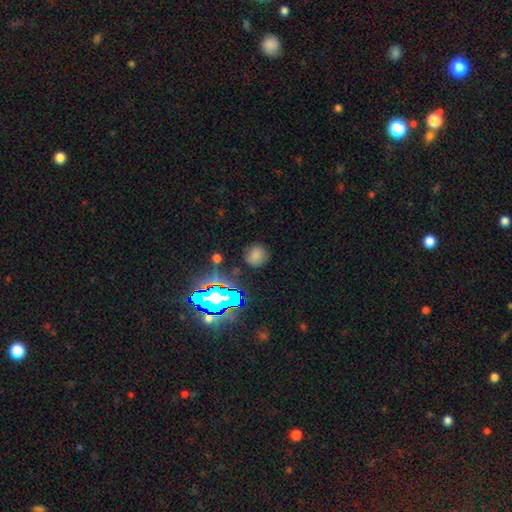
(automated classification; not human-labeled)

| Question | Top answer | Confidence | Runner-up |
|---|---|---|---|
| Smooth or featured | smooth | 68% | star or artifact (23%) |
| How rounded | round | 83% | in between (15%) |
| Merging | none | 82% | minor disturbance (11%) |